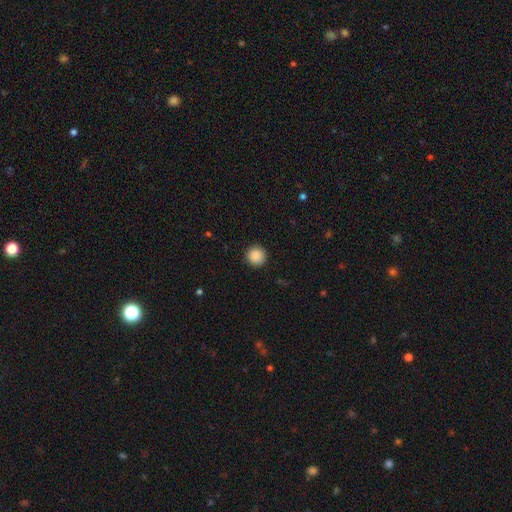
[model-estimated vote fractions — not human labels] Morphology: type=smooth (89%); roundness=round (95%); merging=none (91%).